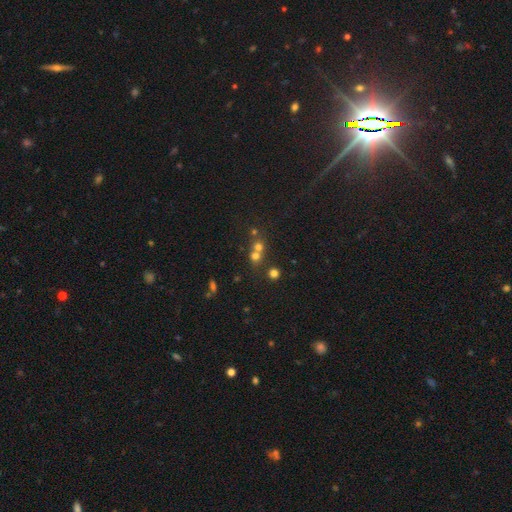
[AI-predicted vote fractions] Q: Smooth or featured?
A: smooth (62%); runner-up: star or artifact (24%)
Q: How rounded?
A: round (85%); runner-up: in between (14%)
Q: Merging?
A: merger (50%); runner-up: none (41%)